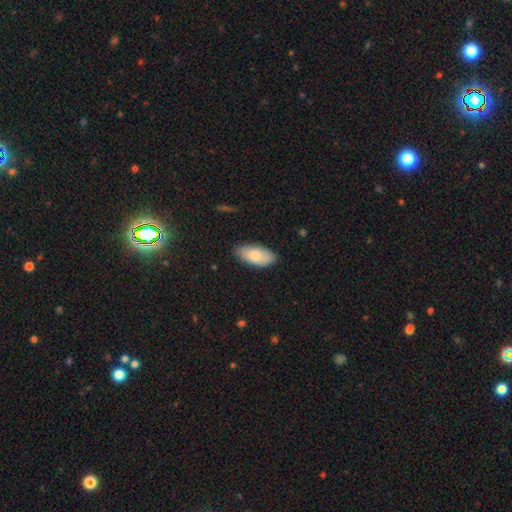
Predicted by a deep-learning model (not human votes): Smooth or featured: smooth — 82% (featured or disk — 12%)
How rounded: in between — 92% (cigar-shaped — 5%)
Merging: none — 82% (minor disturbance — 14%)